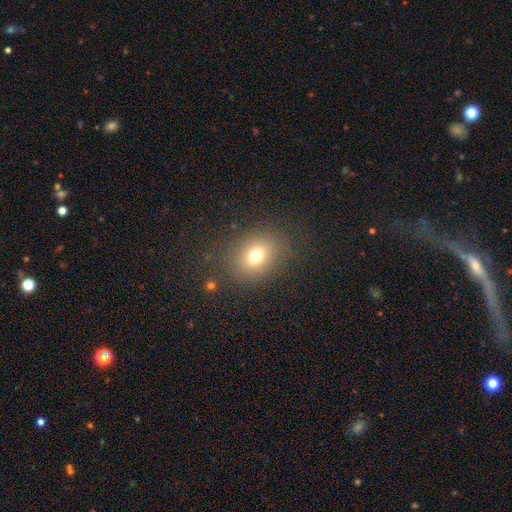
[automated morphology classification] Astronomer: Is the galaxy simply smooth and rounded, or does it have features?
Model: smooth — 72%.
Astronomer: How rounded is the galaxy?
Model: in between — 53% (runner-up: round, 46%).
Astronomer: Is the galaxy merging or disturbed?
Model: none — 82%.